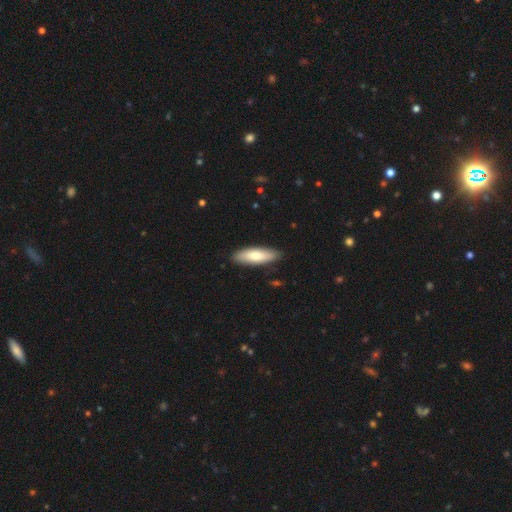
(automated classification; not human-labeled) Q: Smooth or featured?
A: smooth (75%); runner-up: featured or disk (20%)
Q: How rounded?
A: in between (52%); runner-up: cigar-shaped (46%)
Q: Merging?
A: none (88%); runner-up: minor disturbance (9%)